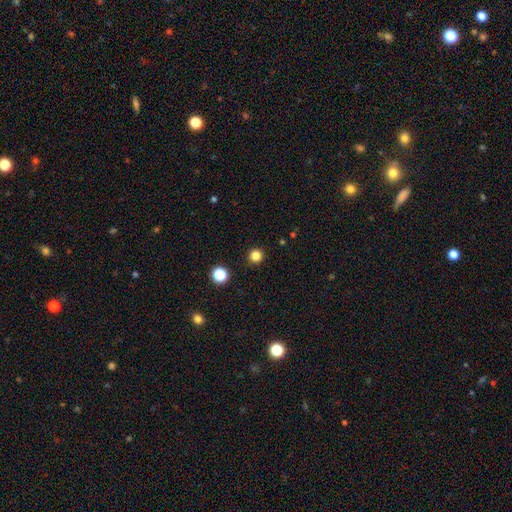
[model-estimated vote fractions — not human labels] Morphology: type=smooth (83%); roundness=round (96%); merging=none (93%).